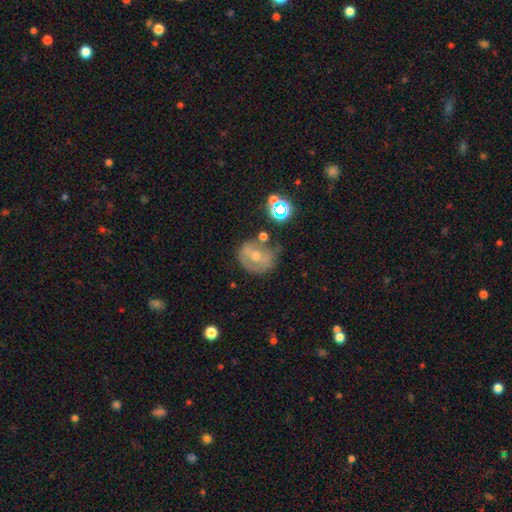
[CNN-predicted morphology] Overall: featured or disk (53%; smooth 32%). Edge-on disk: no (95%). Bar: no (46%; weak 36%). Spiral arms: yes (50%, tied with no). Bulge size: moderate (51%; small 45%). Merging: none (56%; minor disturbance 26%).